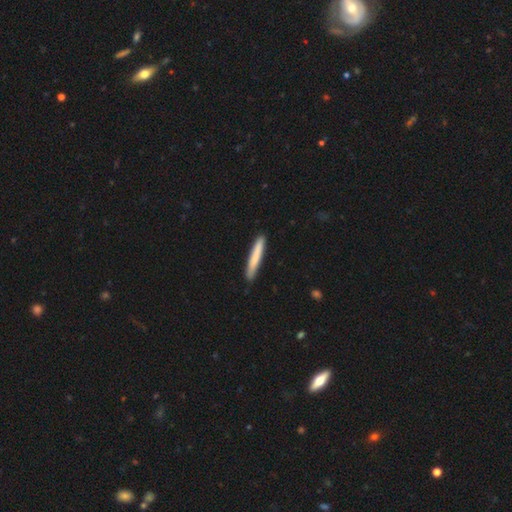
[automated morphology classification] smooth-or-featured: smooth: 78% | featured or disk: 17% | star or artifact: 5%
  how-rounded: cigar-shaped: 96% | in between: 3% | round: 1%
  merging: none: 89% | minor disturbance: 8% | major disturbance: 1% | merger: 1%